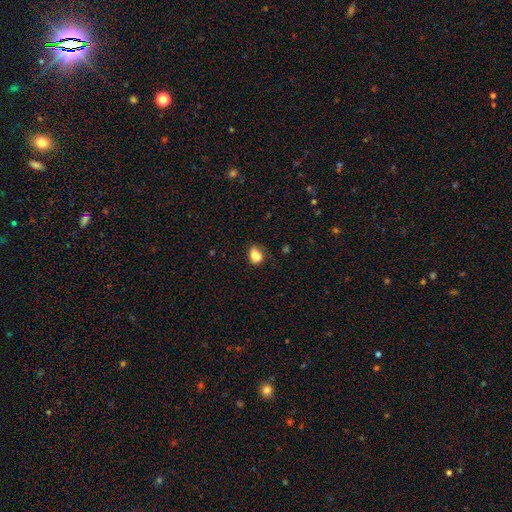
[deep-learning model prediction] Smooth or featured? Predicted: smooth (p=0.77). How rounded? Predicted: in between (p=0.62). Merging? Predicted: none (p=0.39).